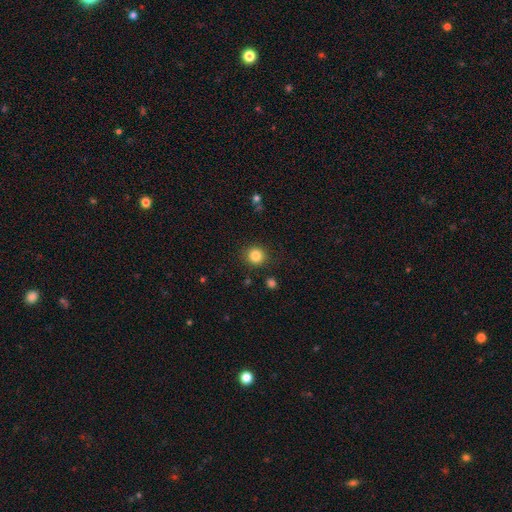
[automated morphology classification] Overall: smooth (84%). How rounded: round (91%). Merging: none (88%).